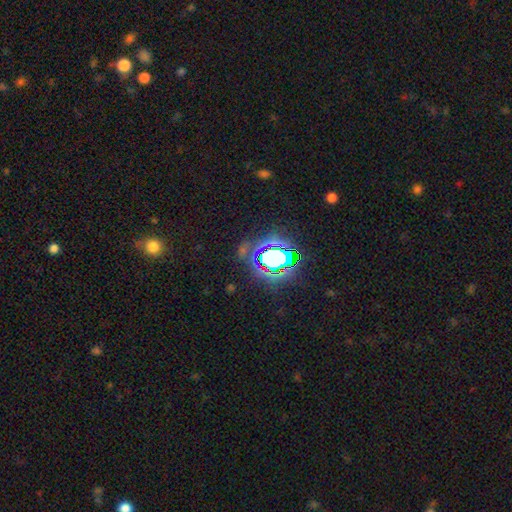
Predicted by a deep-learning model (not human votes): Overall: star or artifact (80%).